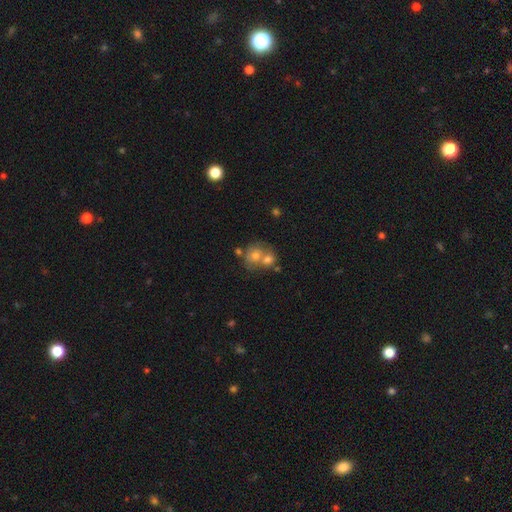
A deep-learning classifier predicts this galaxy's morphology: smooth 59%, featured or disk 26%, star or artifact 15%. Down the decision tree: how rounded — round (75%); merging — merger (52%).